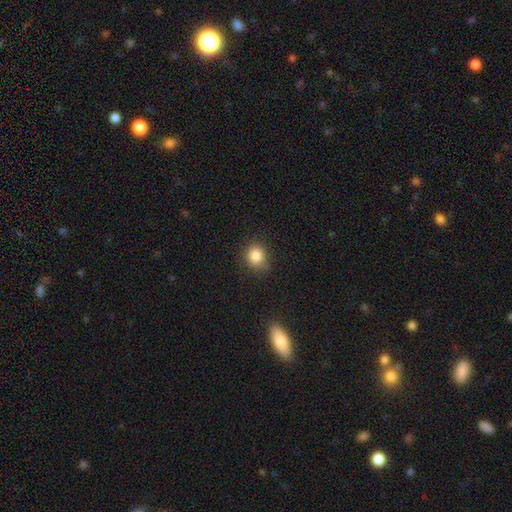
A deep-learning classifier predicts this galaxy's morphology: Smooth or featured: smooth — 84% (star or artifact — 11%)
How rounded: round — 79% (in between — 20%)
Merging: none — 80% (minor disturbance — 15%)